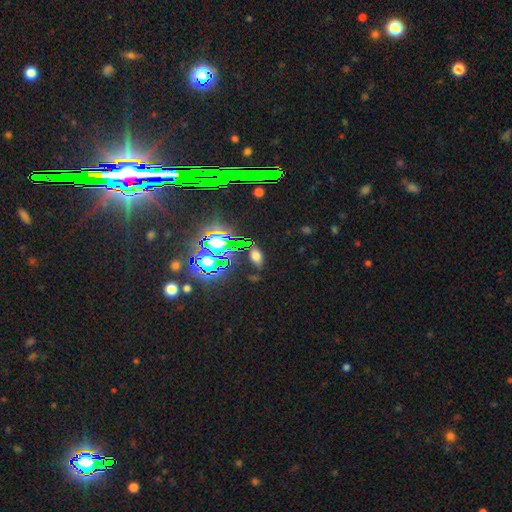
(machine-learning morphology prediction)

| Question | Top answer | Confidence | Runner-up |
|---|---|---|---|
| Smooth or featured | smooth | 58% | star or artifact (33%) |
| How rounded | in between | 86% | round (10%) |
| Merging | none | 81% | minor disturbance (11%) |